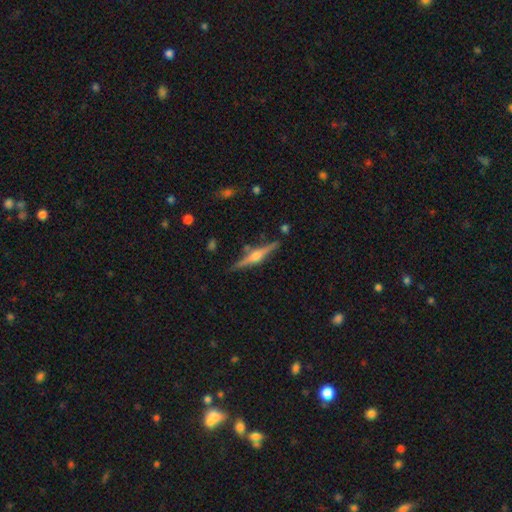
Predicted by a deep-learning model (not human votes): The model was most divided on "smooth or featured": featured or disk: 78%, smooth: 15%, star or artifact: 6%. More confident: edge-on disk — yes (98%); edge-on bulge — rounded (88%); merging — none (87%).